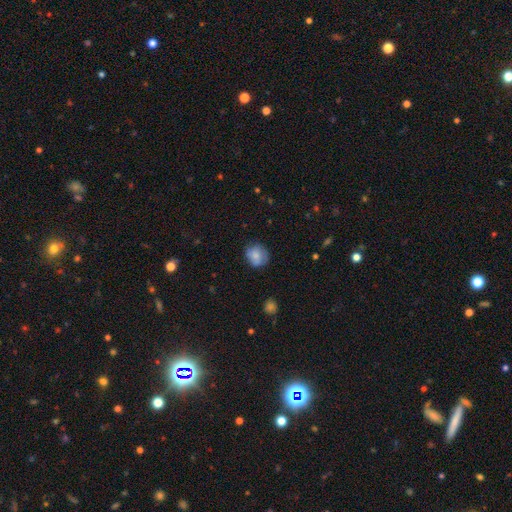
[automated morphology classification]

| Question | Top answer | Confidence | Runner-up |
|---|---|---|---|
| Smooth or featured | smooth | 72% | featured or disk (19%) |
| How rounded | round | 74% | in between (25%) |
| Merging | none | 66% | minor disturbance (25%) |